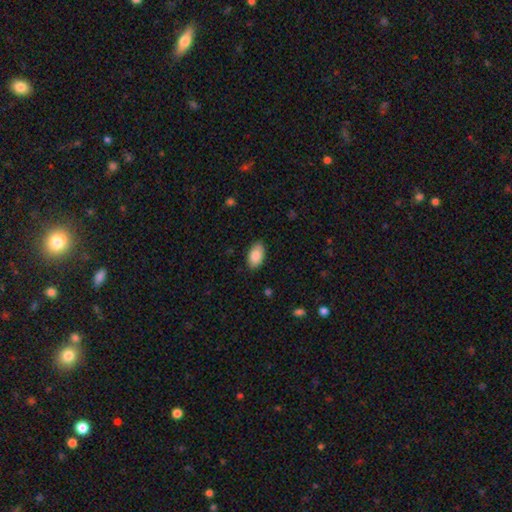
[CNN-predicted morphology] Smooth or featured?
  - smooth: 89% *
  - star or artifact: 6%
  - featured or disk: 5%
How rounded?
  - in between: 95% *
  - round: 3%
  - cigar-shaped: 2%
Merging?
  - none: 86% *
  - minor disturbance: 11%
  - major disturbance: 2%
  - merger: 1%